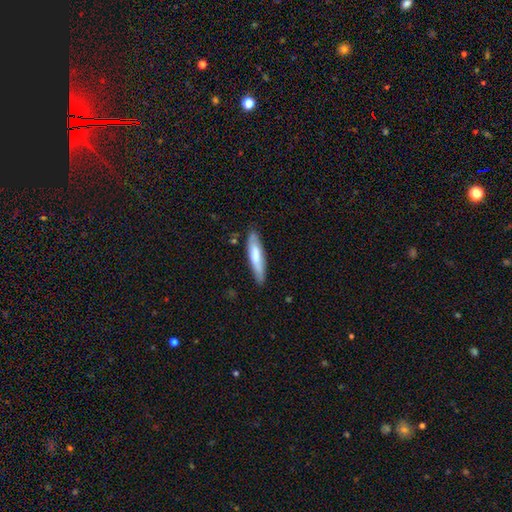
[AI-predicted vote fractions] The model was most divided on "smooth or featured": smooth: 67%, featured or disk: 27%, star or artifact: 5%. More confident: how rounded — cigar-shaped (80%); merging — none (79%).